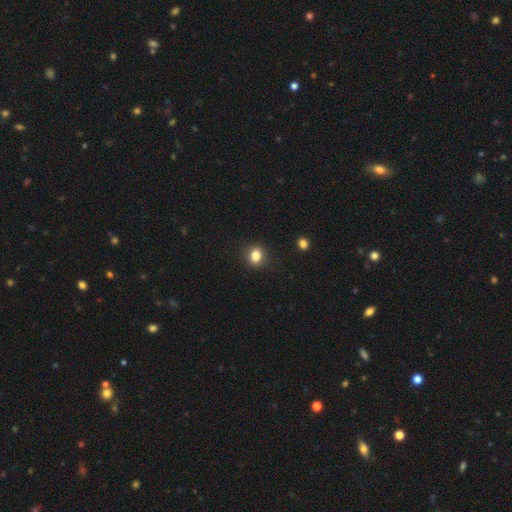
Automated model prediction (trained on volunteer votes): Smooth or featured: smooth — 83% (star or artifact — 11%)
How rounded: in between — 50% (round — 48%)
Merging: none — 87% (minor disturbance — 9%)